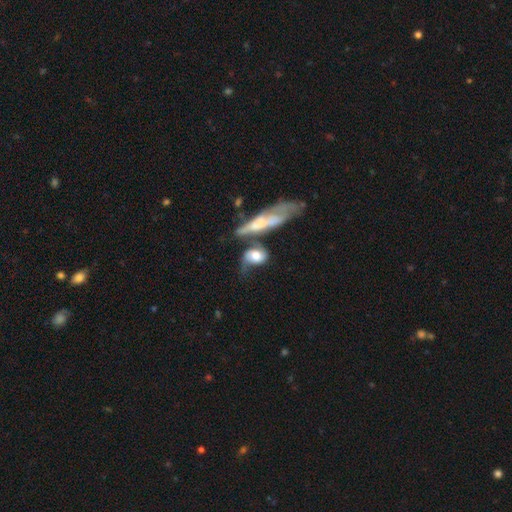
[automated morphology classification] Smooth or featured? smooth (53%)
How rounded? in between (67%)
Merging? merger (32%)